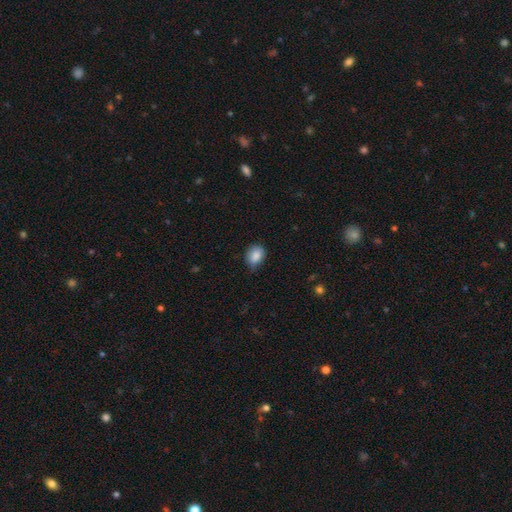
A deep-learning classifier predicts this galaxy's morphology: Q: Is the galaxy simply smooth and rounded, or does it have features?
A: smooth — 86%.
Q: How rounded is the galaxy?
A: in between — 57%.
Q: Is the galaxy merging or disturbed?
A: none — 60%.